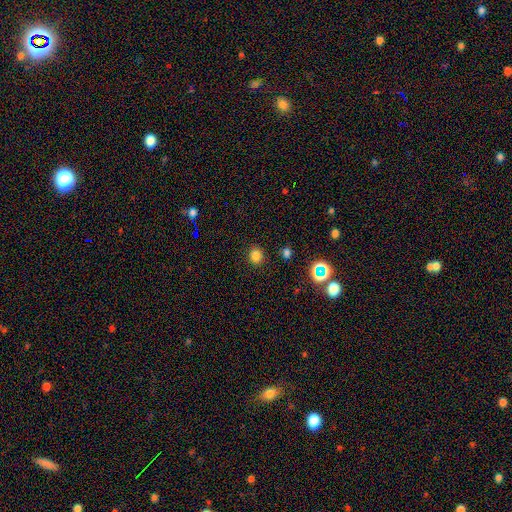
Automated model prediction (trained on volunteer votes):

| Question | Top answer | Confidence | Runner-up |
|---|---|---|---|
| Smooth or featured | smooth | 80% | star or artifact (16%) |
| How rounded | round | 76% | in between (23%) |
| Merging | none | 88% | minor disturbance (7%) |